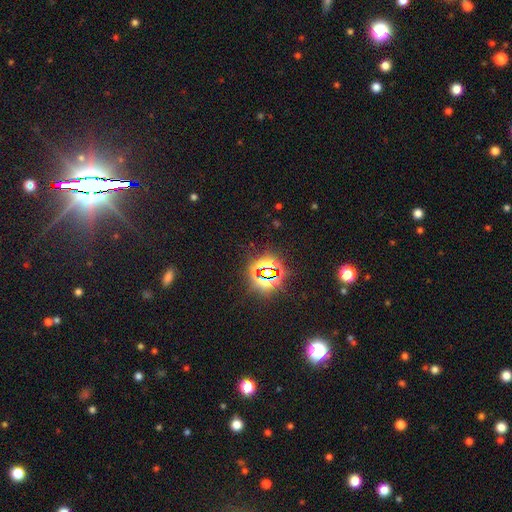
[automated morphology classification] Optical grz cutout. It shows a star or artifact, not a galaxy (84%).